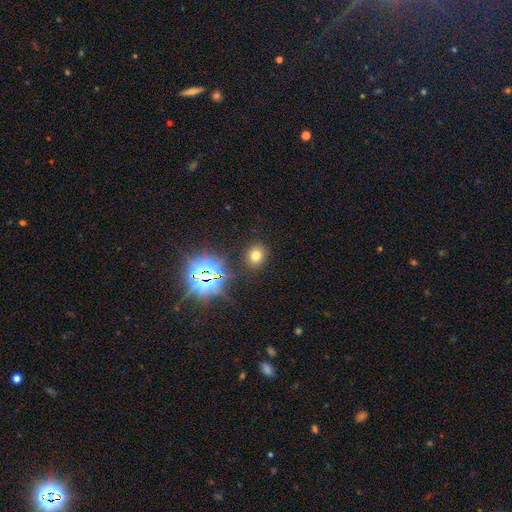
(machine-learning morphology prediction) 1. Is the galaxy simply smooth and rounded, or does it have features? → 68% smooth, 24% star or artifact, 8% featured or disk.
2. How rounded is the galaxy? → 67% round, 32% in between, 1% cigar-shaped.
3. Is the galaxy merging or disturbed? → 88% none, 7% minor disturbance, 3% major disturbance, 2% merger.